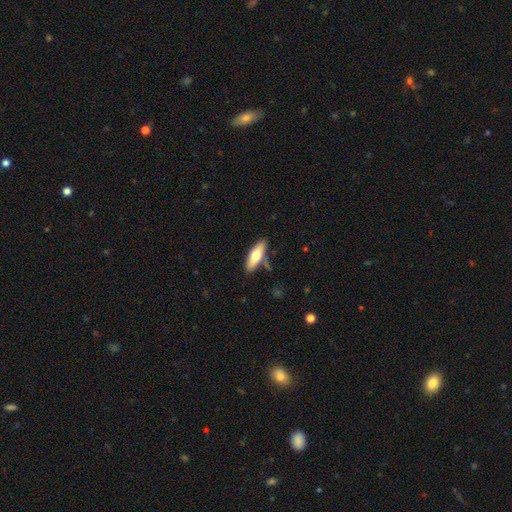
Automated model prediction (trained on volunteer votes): Smooth or featured: smooth — 63% (featured or disk — 31%)
How rounded: in between — 56% (cigar-shaped — 42%)
Merging: none — 79% (minor disturbance — 14%)